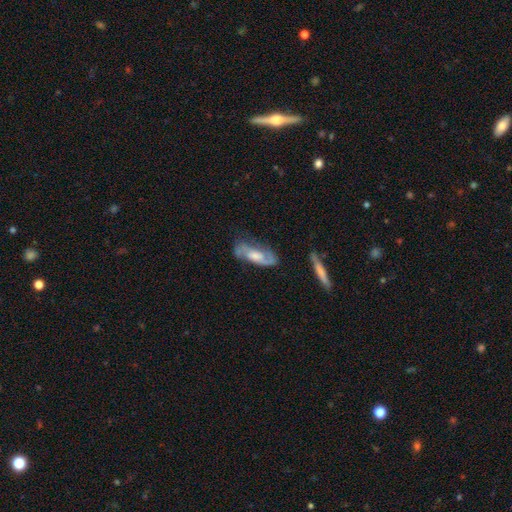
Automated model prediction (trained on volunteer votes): This appears to be a featured or disk galaxy (73%) with no bar (52%), 2 (81%) medium (49%) spiral arms (91%) and a moderate central bulge (49%). Merging: none (64%).